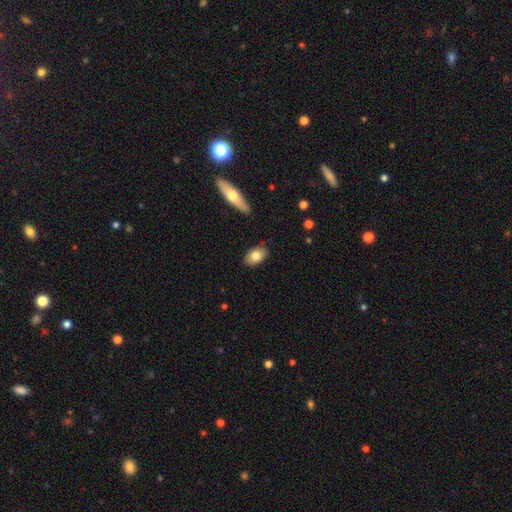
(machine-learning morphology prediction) smooth-or-featured: smooth: 78% | featured or disk: 15% | star or artifact: 7%
  how-rounded: in between: 90% | round: 8% | cigar-shaped: 2%
  merging: none: 86% | minor disturbance: 11% | major disturbance: 2% | merger: 2%